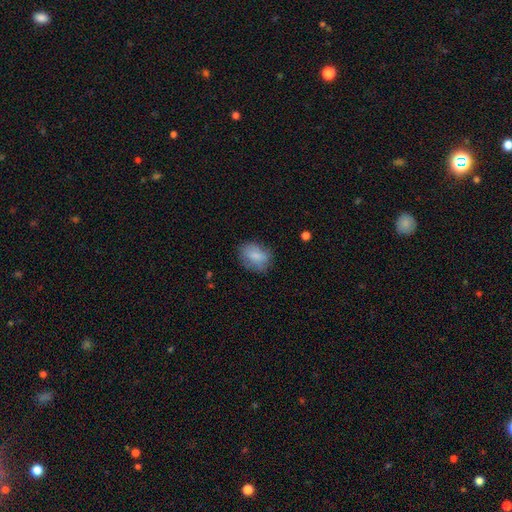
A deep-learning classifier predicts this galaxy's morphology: This is clearly a smooth galaxy (80%). How rounded: likely in between (76%). Merging: likely none (72%).